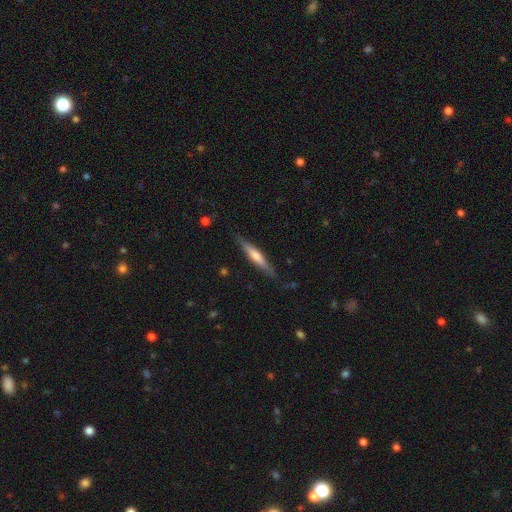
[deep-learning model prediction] Smooth or featured? Predicted: featured or disk (p=0.47, tied with smooth). Merging? Predicted: none (p=0.84).